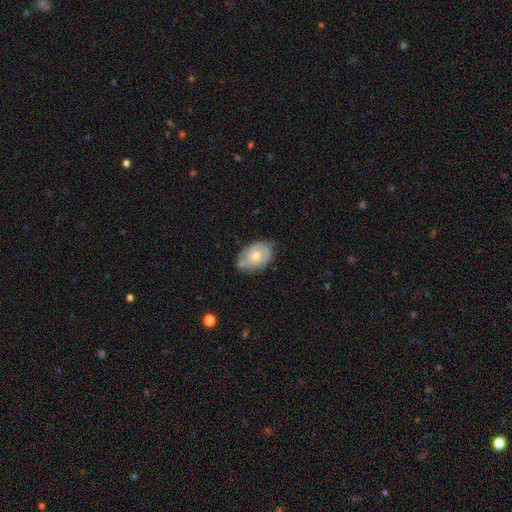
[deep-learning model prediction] Q: Smooth or featured?
A: smooth (53%); runner-up: featured or disk (39%)
Q: How rounded?
A: in between (81%); runner-up: round (18%)
Q: Merging?
A: none (63%); runner-up: minor disturbance (27%)